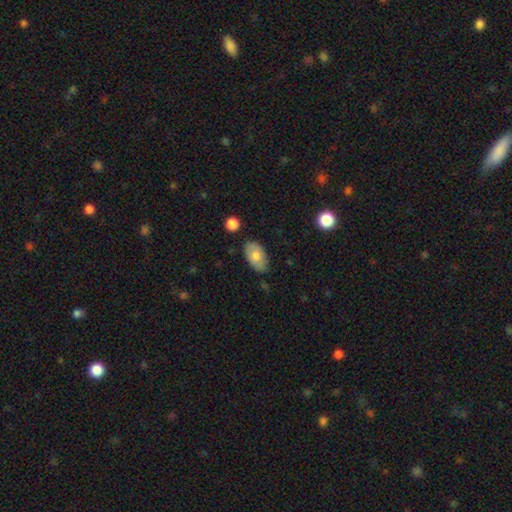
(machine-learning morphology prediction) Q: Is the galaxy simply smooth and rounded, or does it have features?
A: smooth — 73%.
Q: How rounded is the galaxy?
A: in between — 93%.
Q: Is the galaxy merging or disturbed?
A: none — 78%.